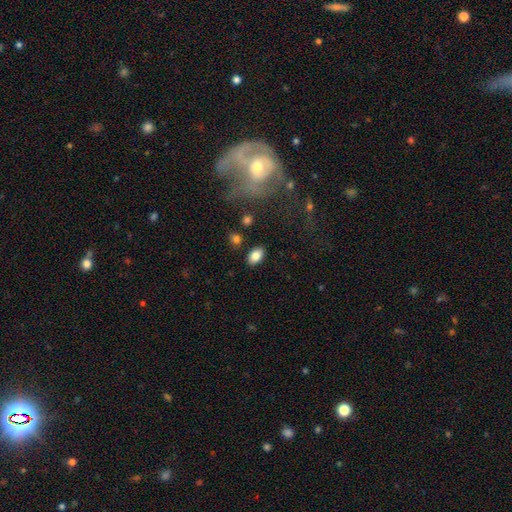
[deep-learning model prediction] This appears to be a smooth galaxy with no disk features (82%) that is in between round and cigar-shaped (90%). Merging: none (85%).